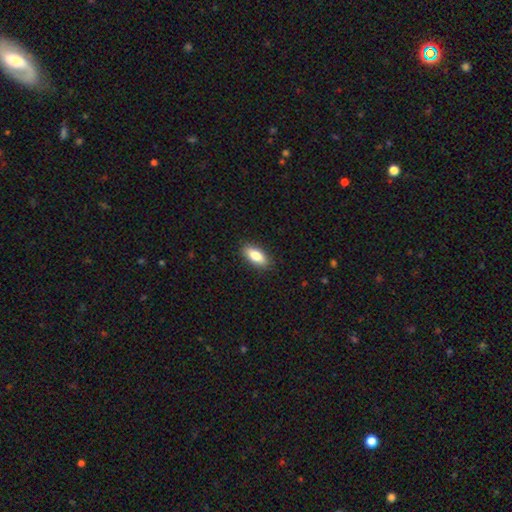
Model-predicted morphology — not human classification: smooth 83%, featured or disk 11%, star or artifact 7%. Down the decision tree: how rounded — in between (83%); merging — none (88%).